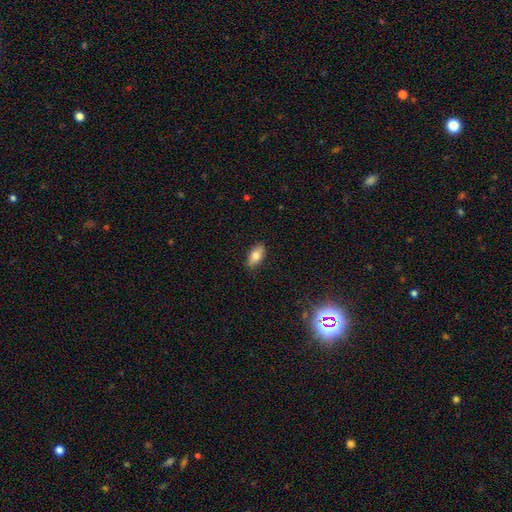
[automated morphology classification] A smooth galaxy with no disk features (78%) that is in between round and cigar-shaped (91%).

Vote fractions:
- Smooth or featured? smooth: 78% / featured or disk: 15% / star or artifact: 8%
- How rounded? in between: 91% / cigar-shaped: 6% / round: 4%
- Merging? none: 86% / minor disturbance: 11% / major disturbance: 2% / merger: 1%